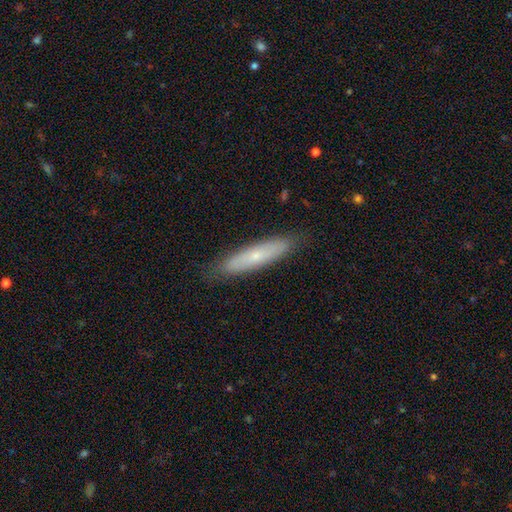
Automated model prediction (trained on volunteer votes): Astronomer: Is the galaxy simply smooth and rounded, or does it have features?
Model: smooth — 56% (runner-up: featured or disk, 38%).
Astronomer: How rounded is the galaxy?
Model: cigar-shaped — 81%.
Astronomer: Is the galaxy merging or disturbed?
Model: none — 85%.